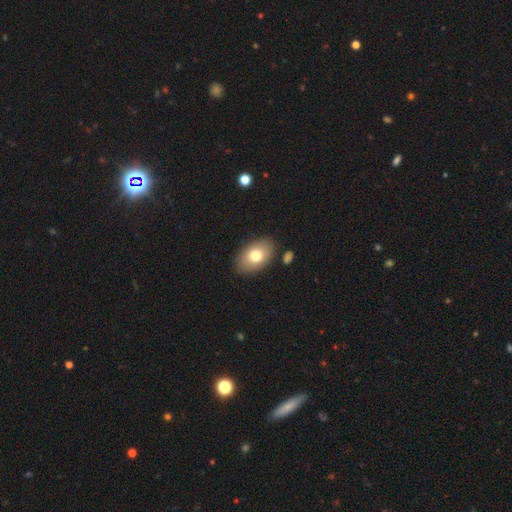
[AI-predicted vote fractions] A smooth galaxy with no disk features (74%) that is in between round and cigar-shaped (88%). Merging: none (84%).